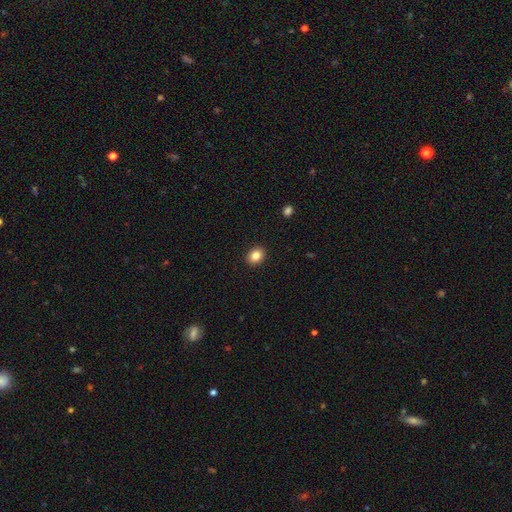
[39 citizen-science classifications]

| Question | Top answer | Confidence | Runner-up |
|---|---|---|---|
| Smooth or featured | smooth | 85% | star or artifact (10%) |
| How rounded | in between | 52% | round (48%) |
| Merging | none | 80% | minor disturbance (14%) |